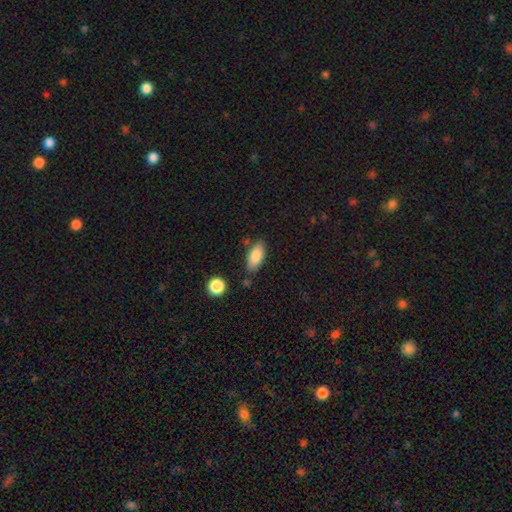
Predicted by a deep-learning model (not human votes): Smooth or featured?
  - smooth: 84% *
  - featured or disk: 9%
  - star or artifact: 7%
How rounded?
  - in between: 86% *
  - cigar-shaped: 11%
  - round: 3%
Merging?
  - none: 78% *
  - minor disturbance: 14%
  - merger: 4%
  - major disturbance: 3%